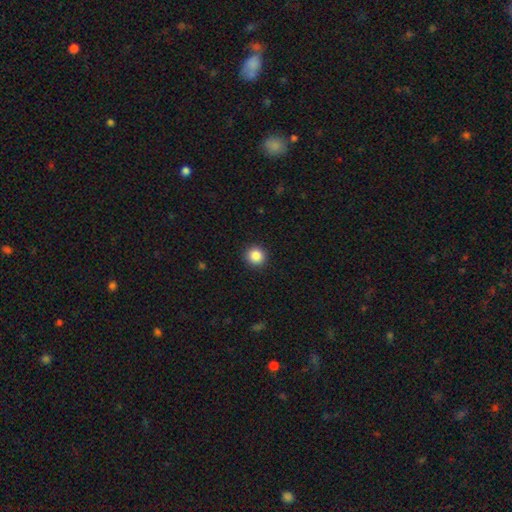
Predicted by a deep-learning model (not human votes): Overall: smooth (87%). How rounded: round (94%). Merging: none (93%).